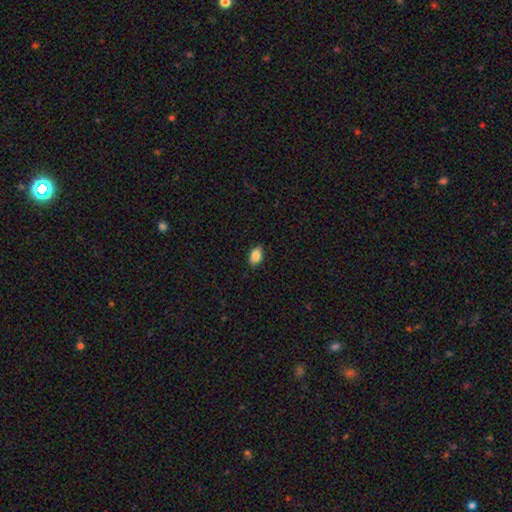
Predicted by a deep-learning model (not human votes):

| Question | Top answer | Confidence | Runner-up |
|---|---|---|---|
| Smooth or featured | smooth | 87% | star or artifact (8%) |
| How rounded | in between | 85% | round (13%) |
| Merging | none | 86% | minor disturbance (11%) |